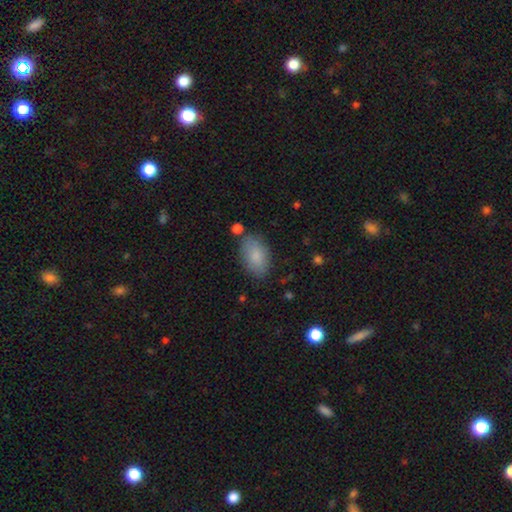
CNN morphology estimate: A smooth galaxy with no disk features (85%) that is in between round and cigar-shaped (92%). Merging: none (79%).